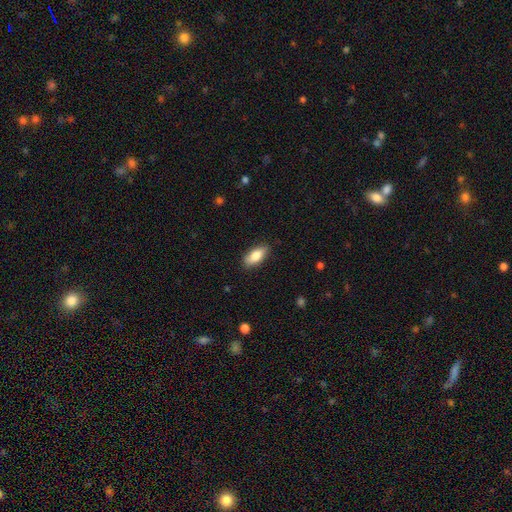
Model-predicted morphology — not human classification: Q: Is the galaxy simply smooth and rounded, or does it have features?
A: smooth — 82%.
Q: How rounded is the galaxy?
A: in between — 86%.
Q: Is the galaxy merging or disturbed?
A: none — 87%.